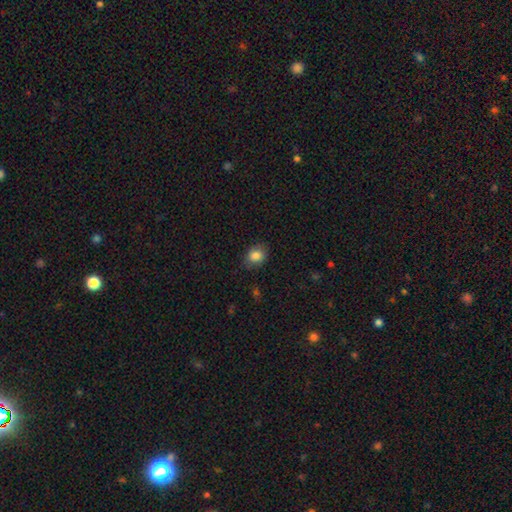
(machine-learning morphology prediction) This appears to be a smooth galaxy with no disk features (84%) that is in between round and cigar-shaped (60%). Merging: none (79%).